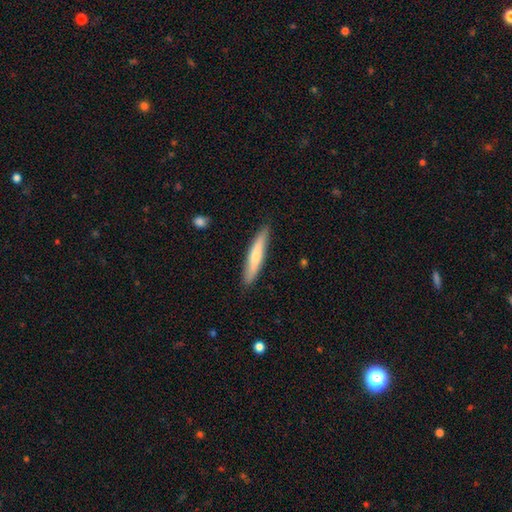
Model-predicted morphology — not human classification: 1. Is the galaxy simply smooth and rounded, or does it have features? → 65% smooth, 30% featured or disk, 5% star or artifact.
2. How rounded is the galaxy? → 91% cigar-shaped, 8% in between, 1% round.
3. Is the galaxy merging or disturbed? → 87% none, 10% minor disturbance, 2% major disturbance, 1% merger.